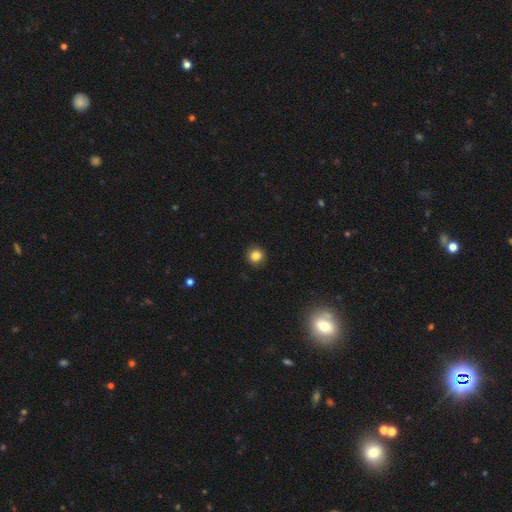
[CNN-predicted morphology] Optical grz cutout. It shows a smooth galaxy with no disk features (84%) that is round (94%). Merging: none (92%).